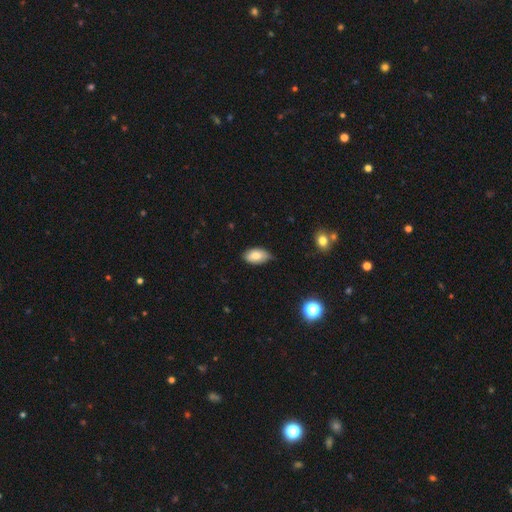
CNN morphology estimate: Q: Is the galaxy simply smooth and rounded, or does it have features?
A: smooth — 78%.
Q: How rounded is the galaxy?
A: in between — 93%.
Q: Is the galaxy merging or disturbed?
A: none — 64%.